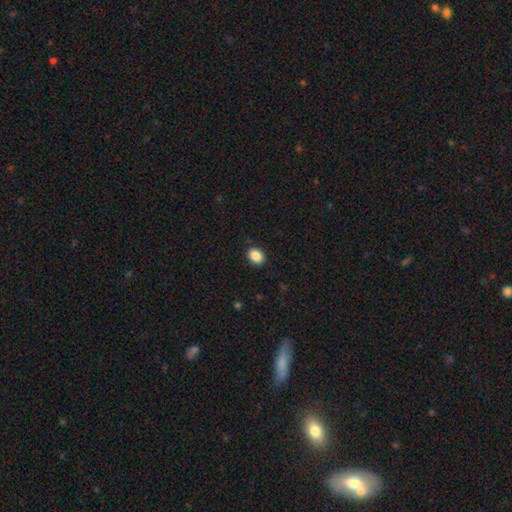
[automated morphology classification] A smooth galaxy with no disk features (89%) that is in between round and cigar-shaped (71%).

Vote fractions:
- Smooth or featured? smooth: 89% / star or artifact: 8% / featured or disk: 3%
- How rounded? in between: 71% / round: 28% / cigar-shaped: 1%
- Merging? none: 89% / minor disturbance: 8% / major disturbance: 2% / merger: 1%